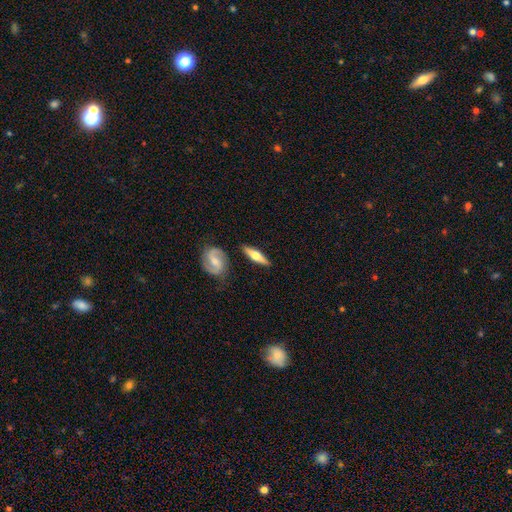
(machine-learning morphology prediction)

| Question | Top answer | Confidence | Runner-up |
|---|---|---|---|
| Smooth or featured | featured or disk | 58% | smooth (38%) |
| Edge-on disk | yes | 83% | no (17%) |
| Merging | none | 83% | minor disturbance (10%) |